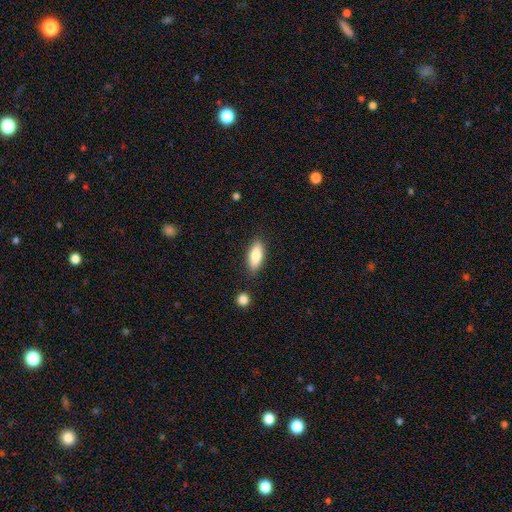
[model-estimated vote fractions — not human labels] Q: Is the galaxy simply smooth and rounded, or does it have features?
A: smooth — 79%.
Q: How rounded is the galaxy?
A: in between — 73%.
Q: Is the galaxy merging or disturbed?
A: none — 84%.